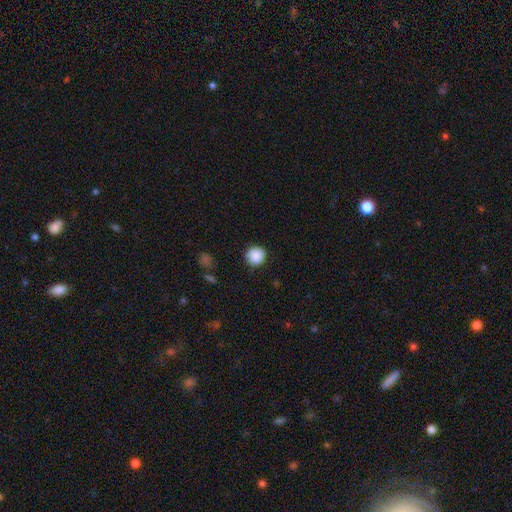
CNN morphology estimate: Smooth or featured: smooth — 88% (star or artifact — 8%)
How rounded: round — 94% (in between — 5%)
Merging: none — 87% (minor disturbance — 9%)